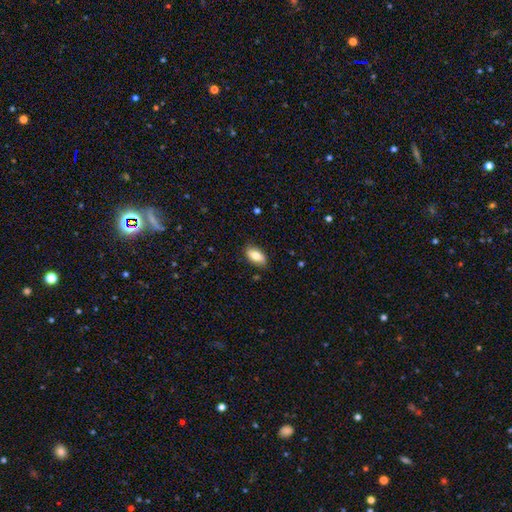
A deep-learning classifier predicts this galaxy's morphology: Overall: smooth (79%). How rounded: in between (91%). Merging: none (85%).